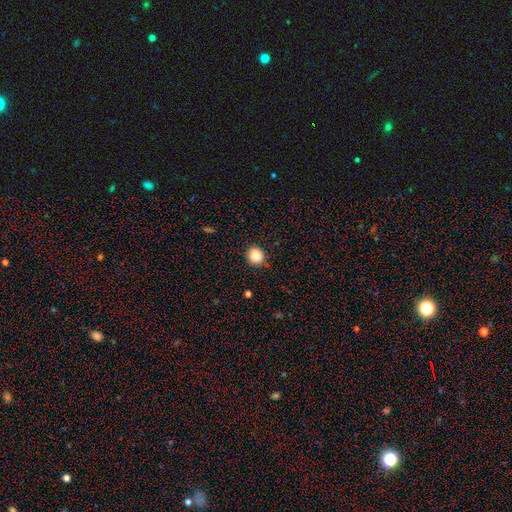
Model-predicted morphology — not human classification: A smooth galaxy with no disk features (86%) that is round (84%). Merging: none (83%).